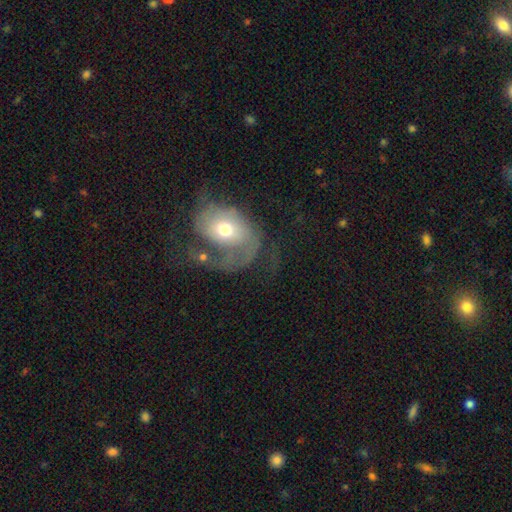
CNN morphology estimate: A featured or disk galaxy (75%) with no bar (64%), 2 (44%) medium (40%) spiral arms (86%) and a moderate central bulge (67%). Merging: none (43%).